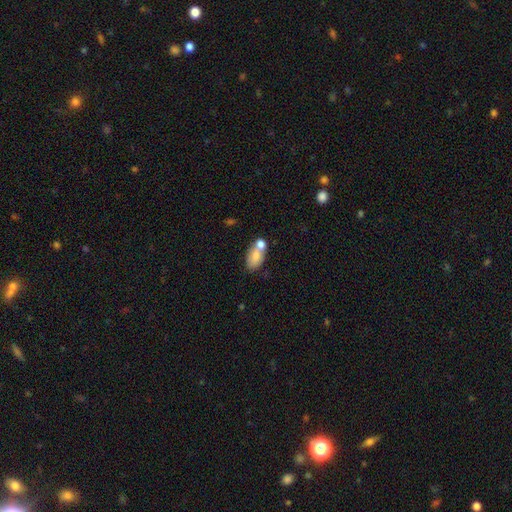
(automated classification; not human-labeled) smooth_or_featured: smooth (p=0.73) [alt: featured or disk p=0.19]
how_rounded: in between (p=0.88) [alt: round p=0.09]
merging: merger (p=0.44) [alt: none p=0.35]